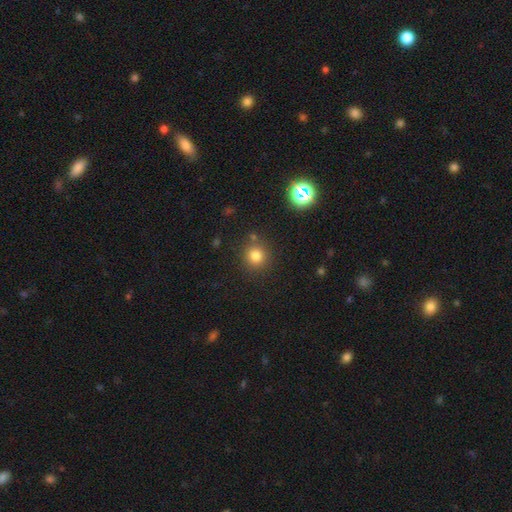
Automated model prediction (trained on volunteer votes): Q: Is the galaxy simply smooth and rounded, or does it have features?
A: smooth — 80%.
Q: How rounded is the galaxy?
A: round — 90%.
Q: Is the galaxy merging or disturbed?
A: none — 82%.